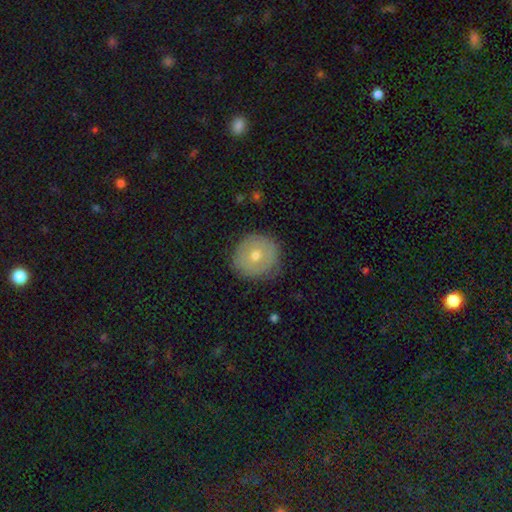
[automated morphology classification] Smooth or featured? smooth (58%)
How rounded? round (90%)
Merging? none (83%)